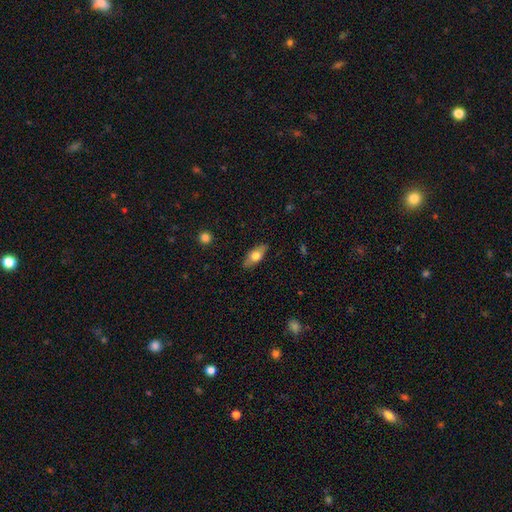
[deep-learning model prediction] Smooth or featured: smooth — 63% (featured or disk — 30%)
How rounded: in between — 80% (cigar-shaped — 16%)
Merging: none — 85% (minor disturbance — 11%)